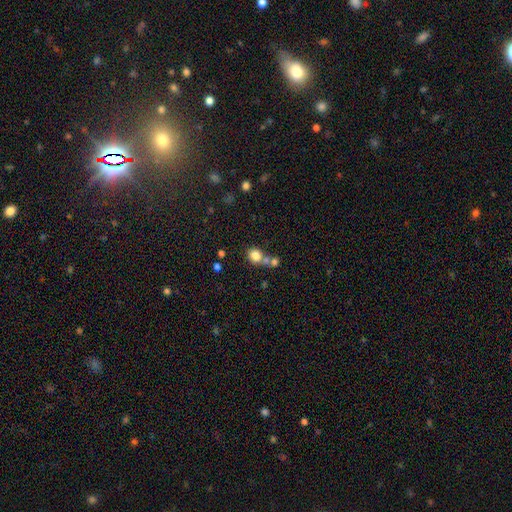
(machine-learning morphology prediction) This appears to be a smooth galaxy with no disk features (80%) that is round (76%). Merging: none (46%).